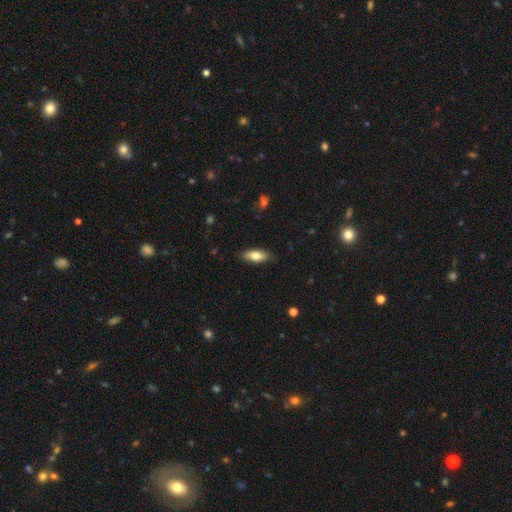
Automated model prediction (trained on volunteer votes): Q: Smooth or featured?
A: smooth (79%); runner-up: featured or disk (15%)
Q: How rounded?
A: in between (76%); runner-up: cigar-shaped (22%)
Q: Merging?
A: none (86%); runner-up: minor disturbance (10%)